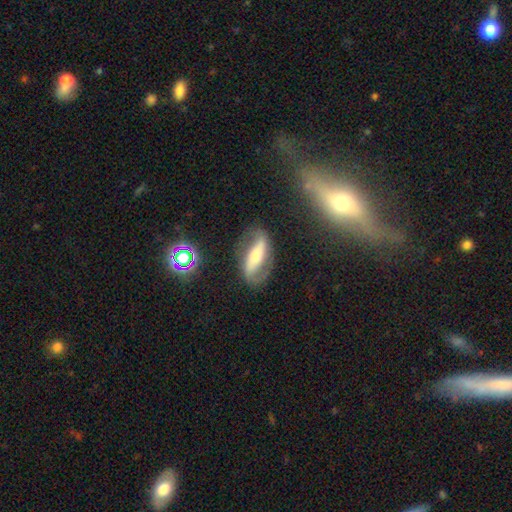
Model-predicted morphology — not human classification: Overall: featured or disk (75%). Edge-on disk: no (85%). Bar: strong (59%; weak 21%). Spiral arms: yes (86%). Spiral arm count: 2 (89%). Spiral winding: loose (47%; medium 34%). Bulge size: moderate (55%; small 35%). Merging: none (73%).